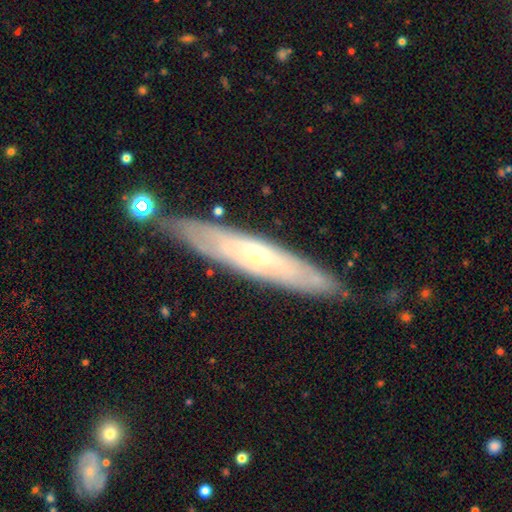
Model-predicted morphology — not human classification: type=featured or disk (70%); edge-on=yes (59%); merging=none (80%).